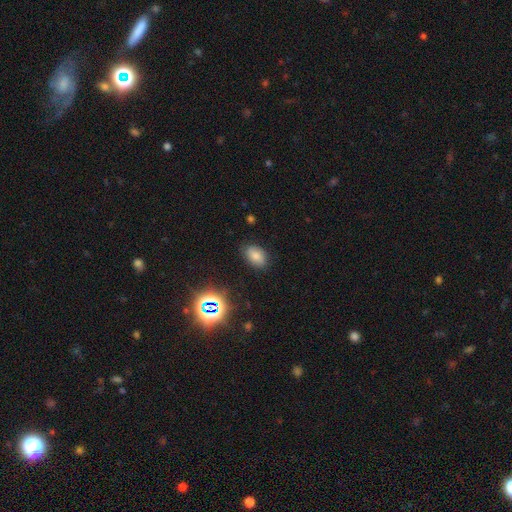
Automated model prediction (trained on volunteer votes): Q: Smooth or featured?
A: smooth (75%); runner-up: star or artifact (16%)
Q: How rounded?
A: in between (87%); runner-up: round (12%)
Q: Merging?
A: none (82%); runner-up: minor disturbance (13%)